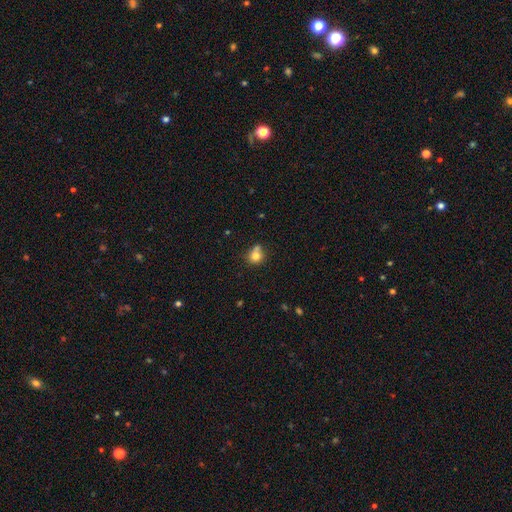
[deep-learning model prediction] A smooth galaxy with no disk features (78%) that is round (80%).

Vote fractions:
- Smooth or featured? smooth: 78% / star or artifact: 11% / featured or disk: 11%
- How rounded? round: 80% / in between: 19% / cigar-shaped: 1%
- Merging? none: 52% / merger: 26% / minor disturbance: 16% / major disturbance: 5%